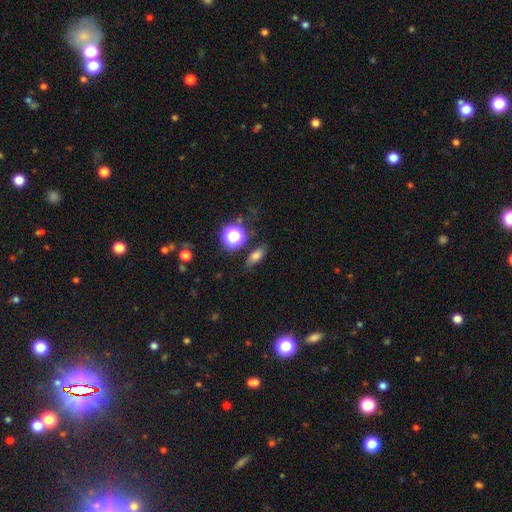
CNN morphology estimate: This is likely a smooth galaxy (68%). How rounded: likely in between (66%). Merging: likely none (78%).